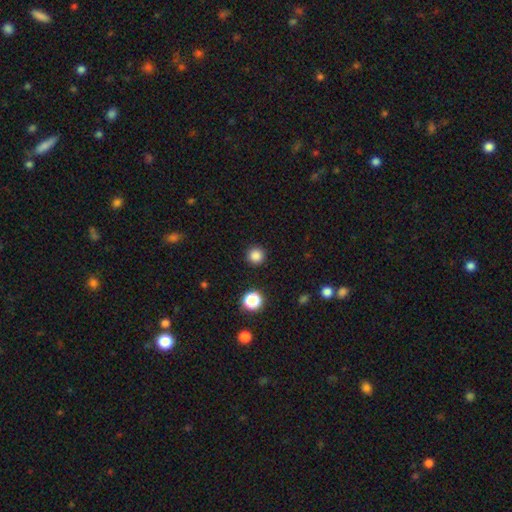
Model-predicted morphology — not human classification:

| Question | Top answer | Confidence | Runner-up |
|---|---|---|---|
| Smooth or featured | smooth | 84% | star or artifact (13%) |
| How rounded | round | 96% | in between (3%) |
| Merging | none | 92% | minor disturbance (5%) |